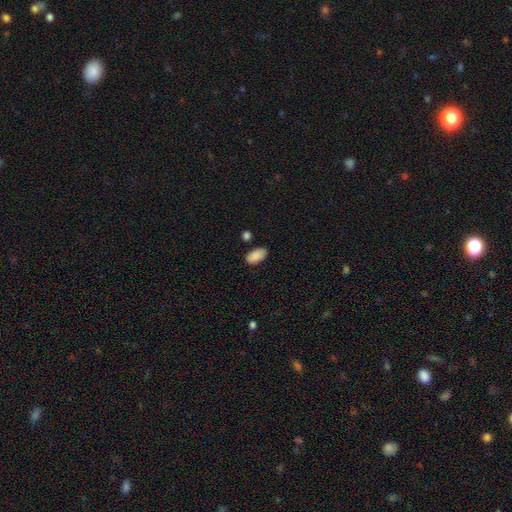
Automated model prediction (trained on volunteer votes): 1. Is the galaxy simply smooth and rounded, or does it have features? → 89% smooth, 7% star or artifact, 4% featured or disk.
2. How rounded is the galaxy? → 95% in between, 3% round, 2% cigar-shaped.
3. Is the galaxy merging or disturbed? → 82% none, 11% minor disturbance, 4% merger, 3% major disturbance.